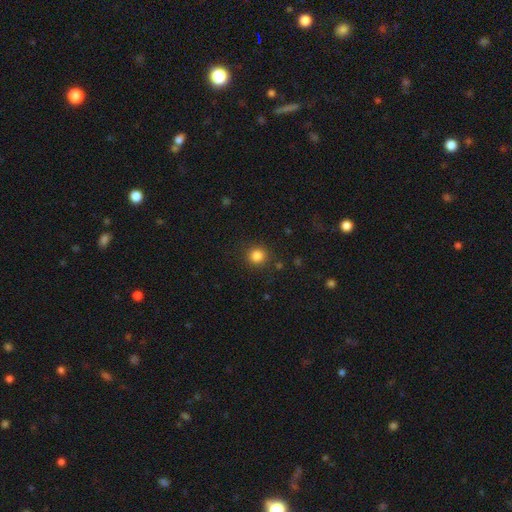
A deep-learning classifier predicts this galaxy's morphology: A smooth galaxy with no disk features (84%) that is round (91%). Merging: none (89%).